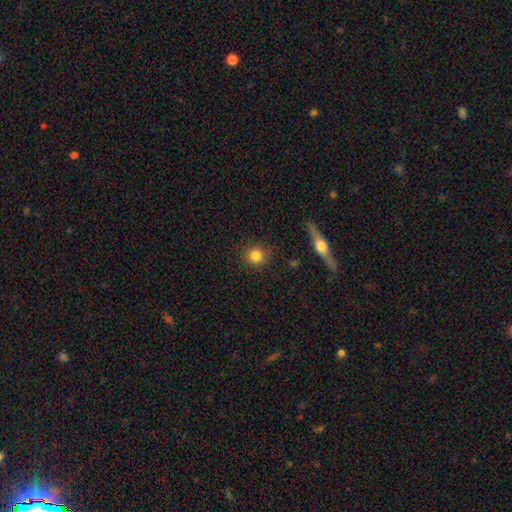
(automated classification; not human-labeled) This is clearly a smooth galaxy (83%). How rounded: clearly round (91%). Merging: clearly none (88%).